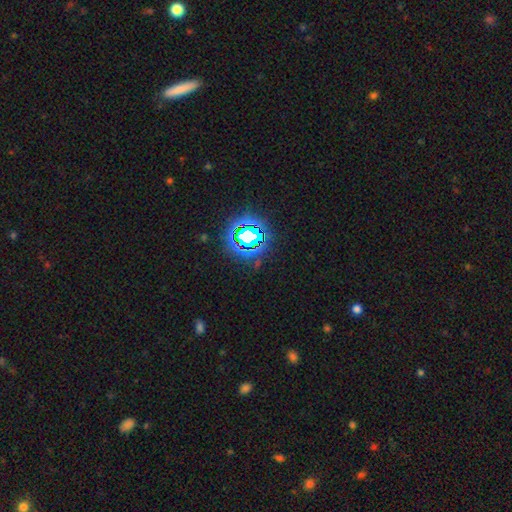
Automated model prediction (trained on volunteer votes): A star or artifact, not a galaxy (78%).